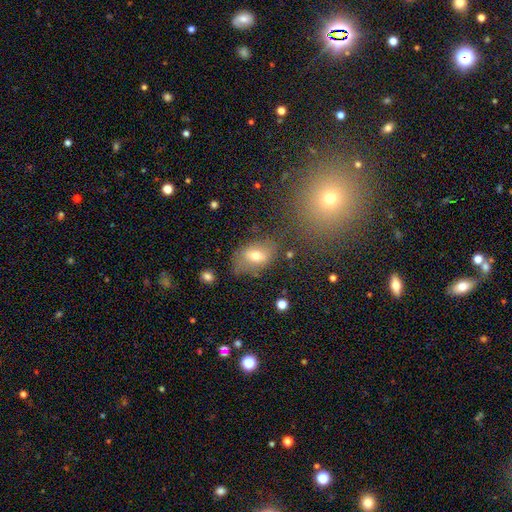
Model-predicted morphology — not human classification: This appears to be a smooth galaxy with no disk features (66%) that is in between round and cigar-shaped (82%). Merging: none (64%).